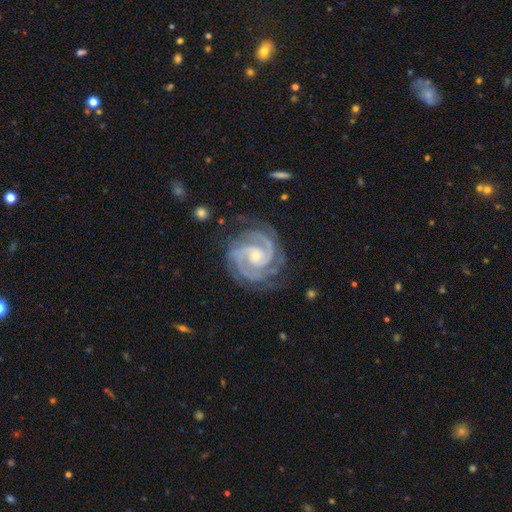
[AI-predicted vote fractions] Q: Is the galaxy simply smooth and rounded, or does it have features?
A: featured or disk — 93%.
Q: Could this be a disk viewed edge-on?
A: no — 98%.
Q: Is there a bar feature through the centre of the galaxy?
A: no — 57%.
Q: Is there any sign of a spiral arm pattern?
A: yes — 99%.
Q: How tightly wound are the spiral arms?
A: tight — 68%.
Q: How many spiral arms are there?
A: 2 — 75%.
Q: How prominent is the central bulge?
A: small — 61%.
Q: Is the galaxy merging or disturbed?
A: none — 78%.